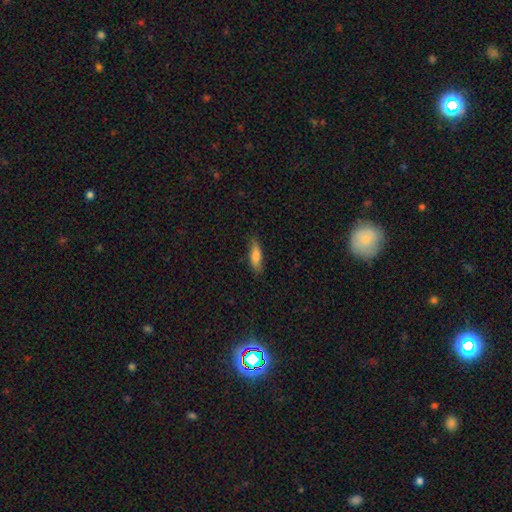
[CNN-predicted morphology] This is clearly a smooth galaxy (80%). How rounded: possibly cigar-shaped (51%). Merging: likely none (76%).